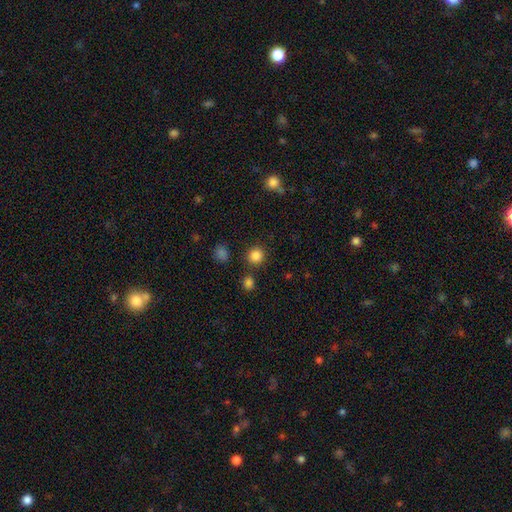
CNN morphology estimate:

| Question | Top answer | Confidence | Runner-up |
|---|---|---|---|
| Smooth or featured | smooth | 84% | star or artifact (12%) |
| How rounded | round | 93% | in between (7%) |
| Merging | none | 86% | minor disturbance (6%) |